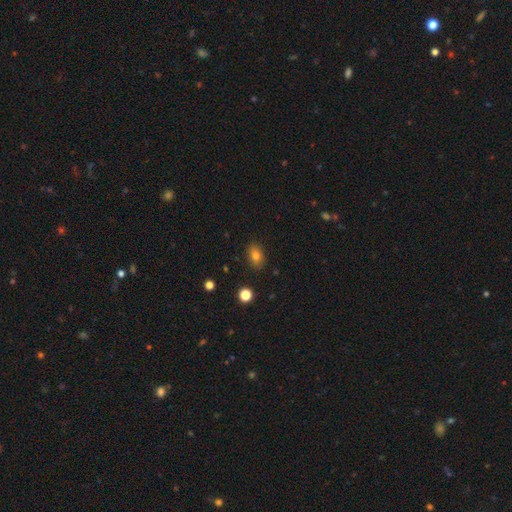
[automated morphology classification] smooth 79%, star or artifact 11%, featured or disk 9%. Down the decision tree: how rounded — in between (78%); merging — none (87%).